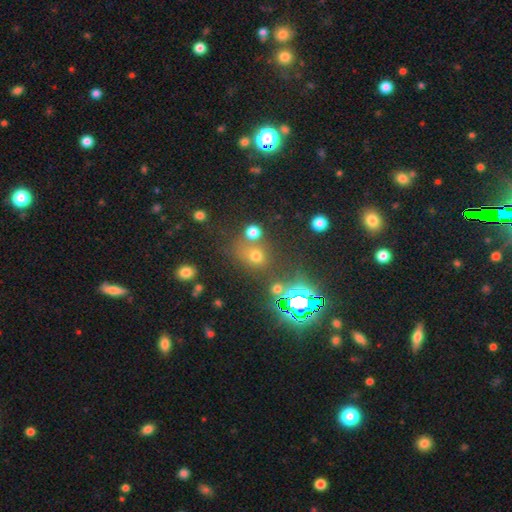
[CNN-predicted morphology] This appears to be a smooth galaxy with no disk features (58%) that is round (71%). Merging: none (60%).